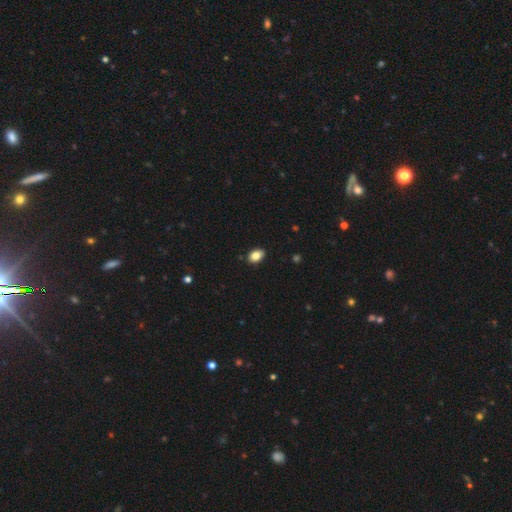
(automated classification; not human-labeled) A smooth galaxy with no disk features (85%) that is in between round and cigar-shaped (84%).

Vote fractions:
- Smooth or featured? smooth: 85% / star or artifact: 9% / featured or disk: 6%
- How rounded? in between: 84% / round: 14% / cigar-shaped: 1%
- Merging? none: 87% / minor disturbance: 10% / major disturbance: 2% / merger: 1%